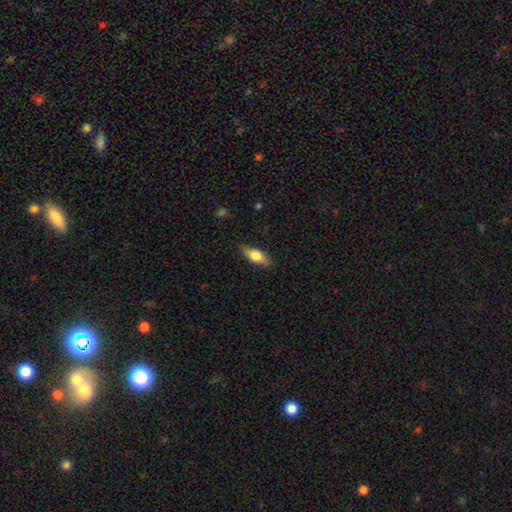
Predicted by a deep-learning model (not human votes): Smooth or featured? Predicted: smooth (p=0.65). How rounded? Predicted: in between (p=0.74). Merging? Predicted: none (p=0.84).